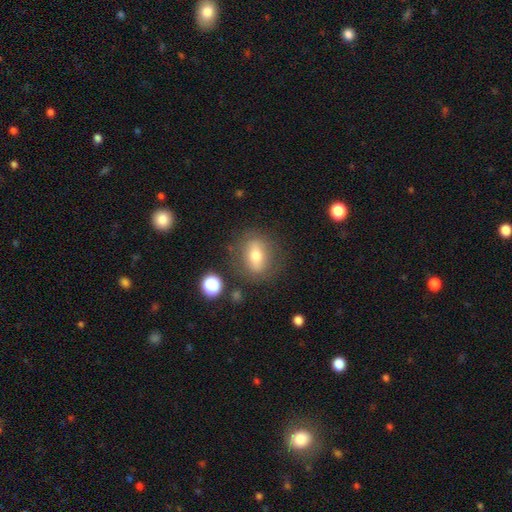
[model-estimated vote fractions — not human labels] smooth 58%, featured or disk 31%, star or artifact 10%. Down the decision tree: how rounded — in between (54%); merging — none (80%).